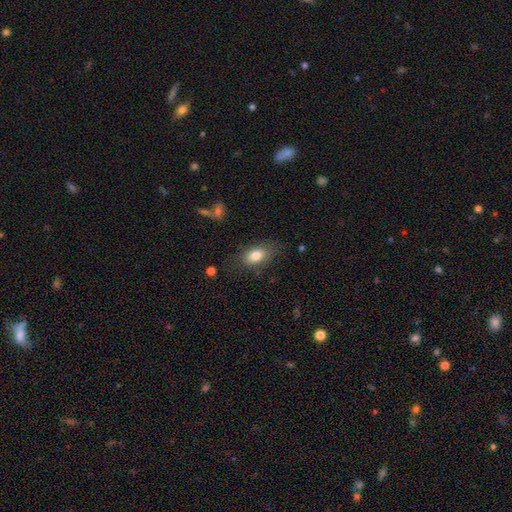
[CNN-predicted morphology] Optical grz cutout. It shows a smooth galaxy with no disk features (80%) that is in between round and cigar-shaped (88%). Merging: none (73%).